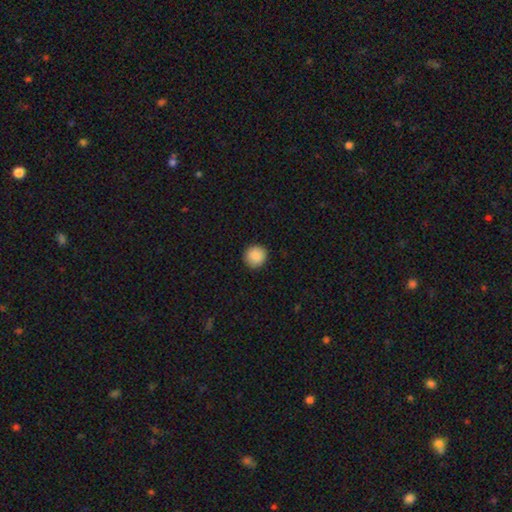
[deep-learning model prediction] Morphology: type=smooth (89%); roundness=round (94%); merging=none (92%).